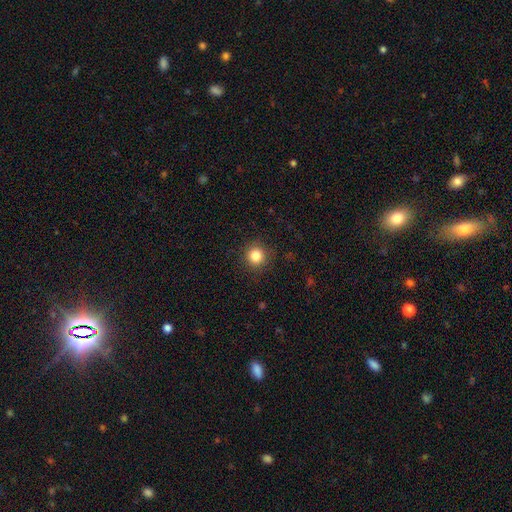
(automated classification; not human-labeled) Smooth or featured?
  - smooth: 84% *
  - star or artifact: 12%
  - featured or disk: 5%
How rounded?
  - round: 93% *
  - in between: 6%
  - cigar-shaped: 1%
Merging?
  - none: 90% *
  - minor disturbance: 6%
  - major disturbance: 2%
  - merger: 1%